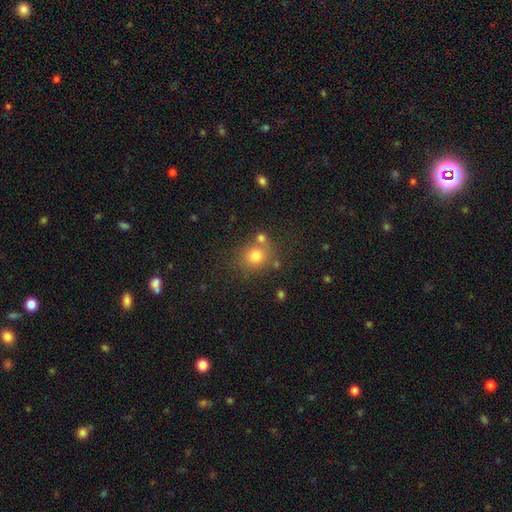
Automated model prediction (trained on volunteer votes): smooth 76%, star or artifact 14%, featured or disk 10%. Down the decision tree: how rounded — round (80%); merging — none (63%).